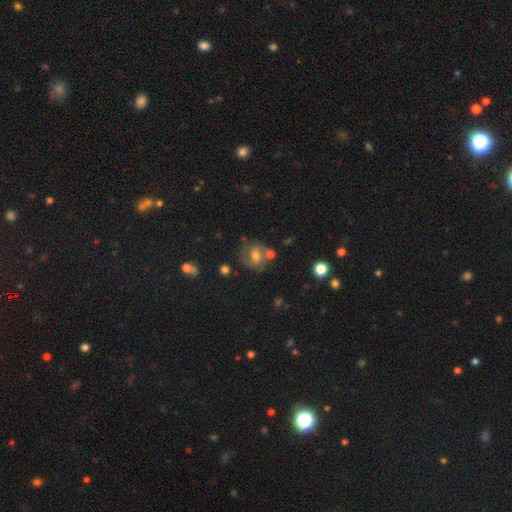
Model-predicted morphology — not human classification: Overall: featured or disk (47%; smooth 41%). Merging: none (60%).